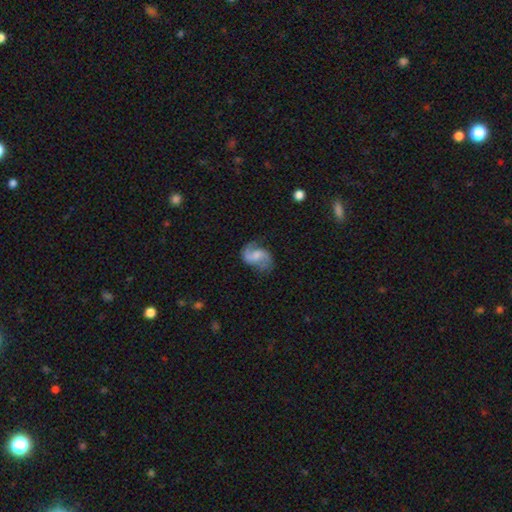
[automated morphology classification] smooth_or_featured: featured or disk (p=0.79) [alt: smooth p=0.15]
disk_edge_on: no (p=0.98) [alt: yes p=0.02]
bar: weak (p=0.51) [alt: no p=0.36]
has_spiral_arms: yes (p=0.95) [alt: no p=0.05]
spiral_winding: medium (p=0.45) [alt: loose p=0.43]
spiral_arm_count: 2 (p=0.89) [alt: 1 p=0.05]
bulge_size: none (p=0.32) [alt: moderate p=0.31]
merging: none (p=0.68) [alt: minor disturbance p=0.20]